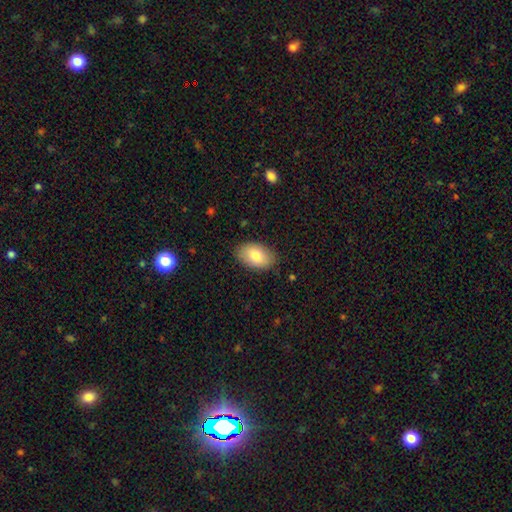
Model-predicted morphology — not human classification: smooth-or-featured: smooth: 80% | featured or disk: 14% | star or artifact: 7%
  how-rounded: in between: 91% | round: 8% | cigar-shaped: 1%
  merging: none: 85% | minor disturbance: 11% | major disturbance: 2% | merger: 1%